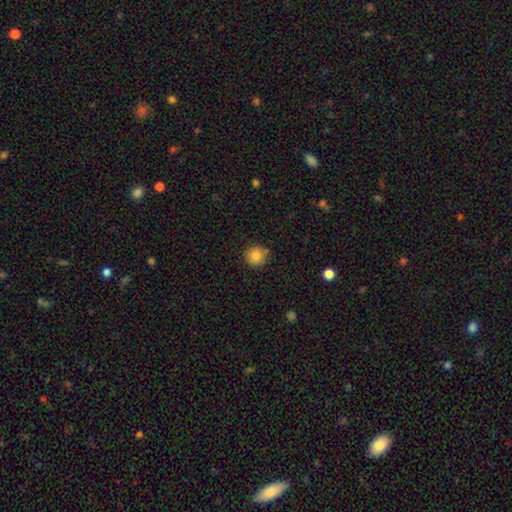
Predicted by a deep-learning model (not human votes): smooth_or_featured: smooth (p=0.84) [alt: star or artifact p=0.10]
how_rounded: round (p=0.92) [alt: in between p=0.07]
merging: none (p=0.80) [alt: minor disturbance p=0.15]